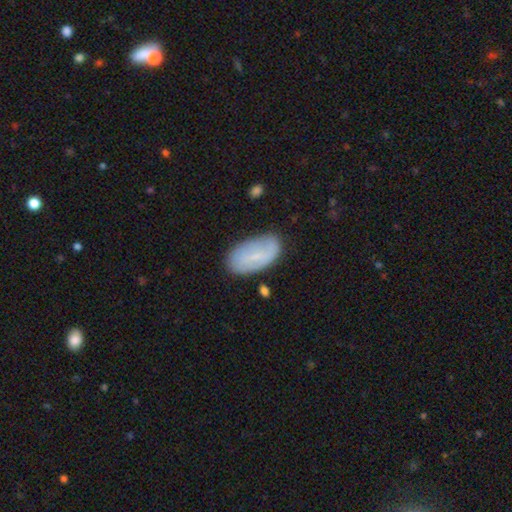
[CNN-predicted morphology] This is possibly a smooth galaxy (58%). How rounded: clearly in between (94%). Merging: likely none (73%).